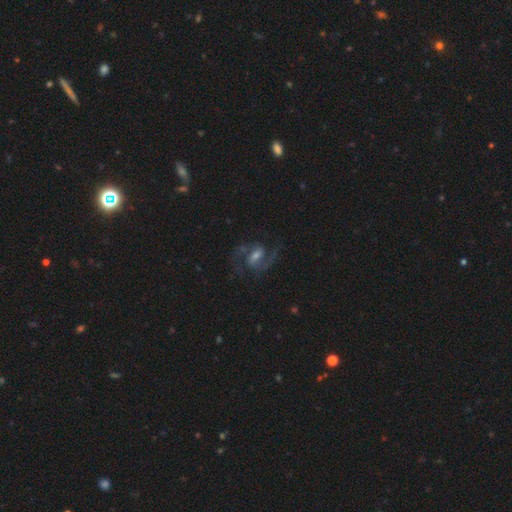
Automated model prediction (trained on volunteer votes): featured or disk 86%, star or artifact 7%, smooth 6%. Down the decision tree: edge-on disk — no (97%); bar — weak (54%); spiral arms — yes (97%); spiral arm count — 2 (92%); spiral winding — medium (60%); bulge size — moderate (43%); merging — none (75%).